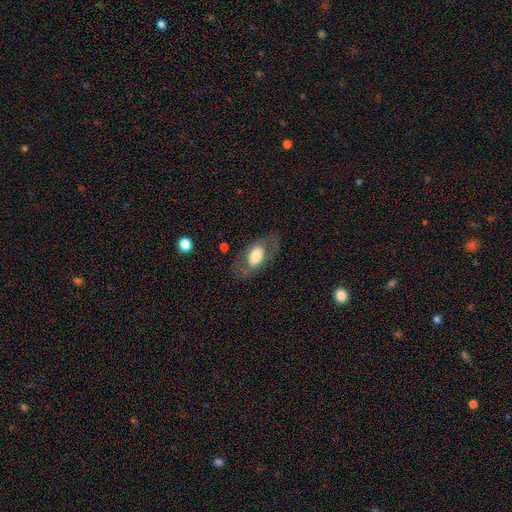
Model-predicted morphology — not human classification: Smooth or featured?
  - smooth: 56% *
  - featured or disk: 37%
  - star or artifact: 7%
How rounded?
  - in between: 87% *
  - round: 10%
  - cigar-shaped: 2%
Merging?
  - none: 71% *
  - minor disturbance: 15%
  - major disturbance: 12%
  - merger: 2%